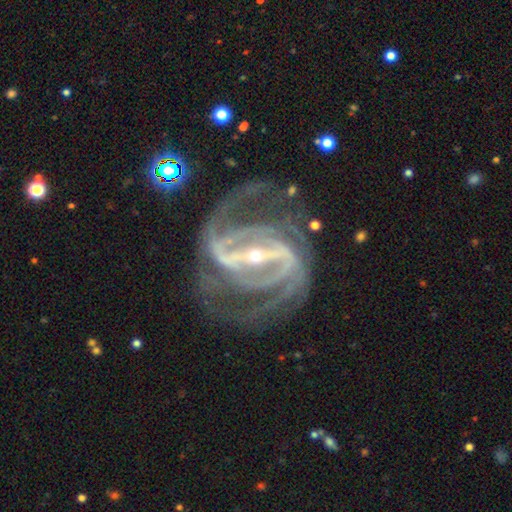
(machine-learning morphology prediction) A featured or disk galaxy (93%) with a strong bar (85%), 2 (61%) medium (51%) spiral arms (98%) and a small central bulge (75%). Merging: none (68%).